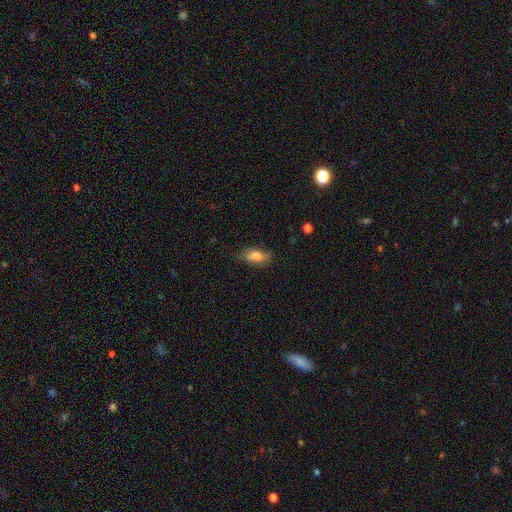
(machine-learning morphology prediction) Overall: smooth (78%). How rounded: in between (85%). Merging: none (67%).